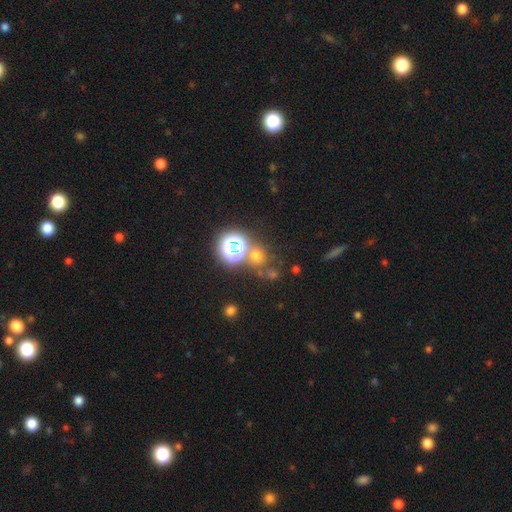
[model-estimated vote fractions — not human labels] This is possibly a smooth galaxy (56%). How rounded: clearly round (85%). Merging: likely none (65%).